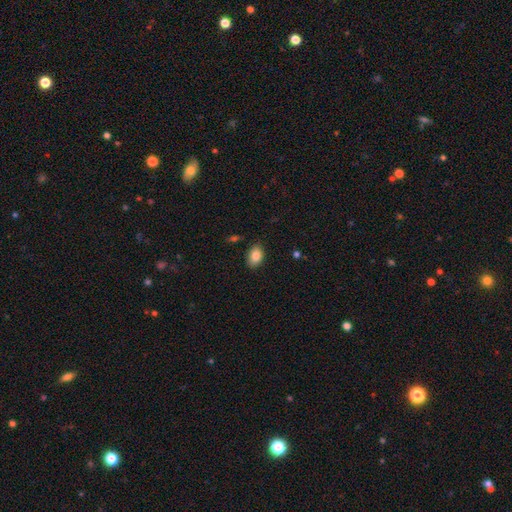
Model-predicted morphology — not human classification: The model was most divided on "how rounded": in between: 87%, round: 12%, cigar-shaped: 1%. More confident: merging — none (86%); smooth or featured — smooth (84%).